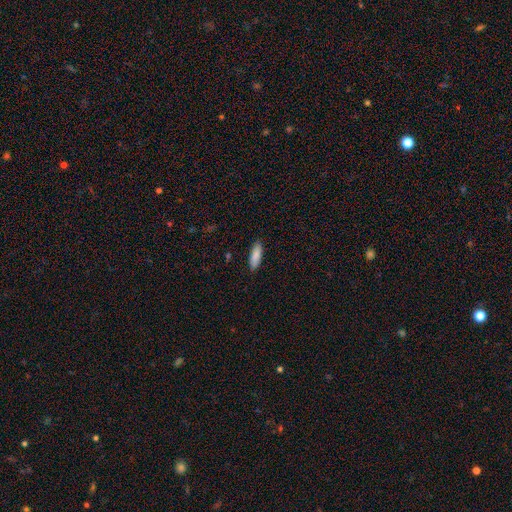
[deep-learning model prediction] Smooth or featured? smooth (88%)
How rounded? in between (51%)
Merging? none (87%)